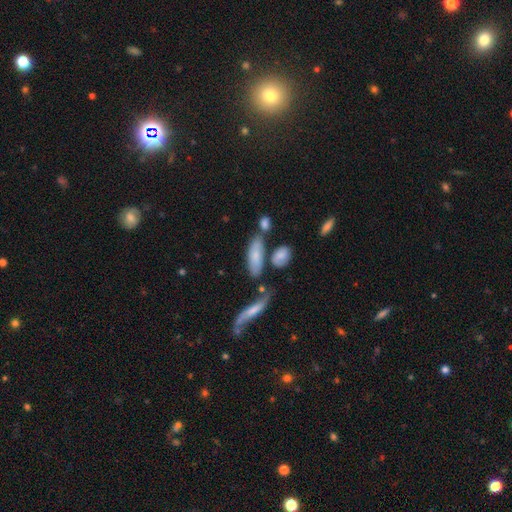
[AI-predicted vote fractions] smooth 69%, featured or disk 23%, star or artifact 8%. Down the decision tree: how rounded — in between (61%); merging — none (55%).